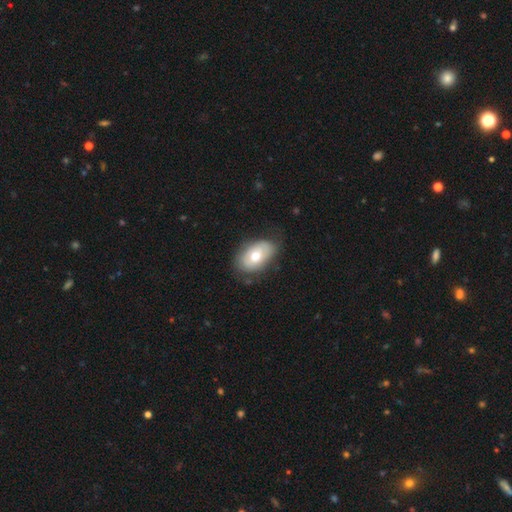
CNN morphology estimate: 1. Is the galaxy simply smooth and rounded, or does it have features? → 64% smooth, 30% featured or disk, 7% star or artifact.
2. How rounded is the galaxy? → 90% in between, 9% round, 1% cigar-shaped.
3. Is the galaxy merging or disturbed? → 70% none, 22% minor disturbance, 6% major disturbance, 2% merger.